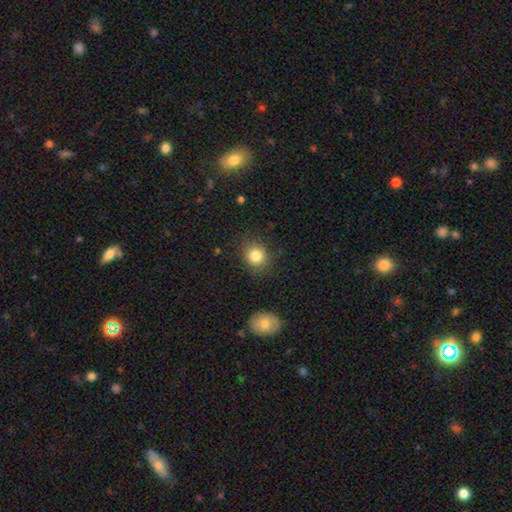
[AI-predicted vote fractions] The model was most divided on "how rounded": round: 73%, in between: 26%, cigar-shaped: 1%. More confident: merging — none (83%); smooth or featured — smooth (83%).